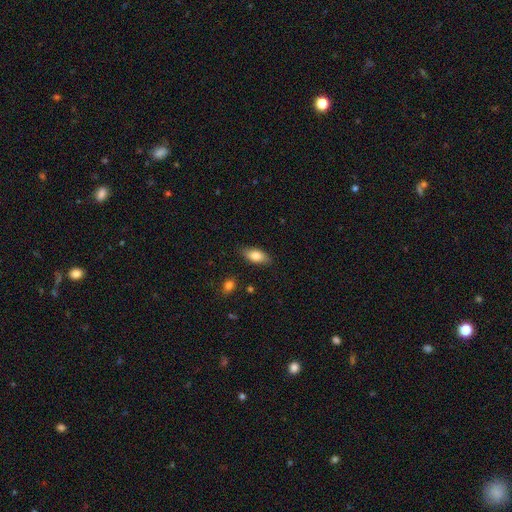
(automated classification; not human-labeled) Smooth or featured? Predicted: smooth (p=0.80). How rounded? Predicted: in between (p=0.87). Merging? Predicted: none (p=0.85).